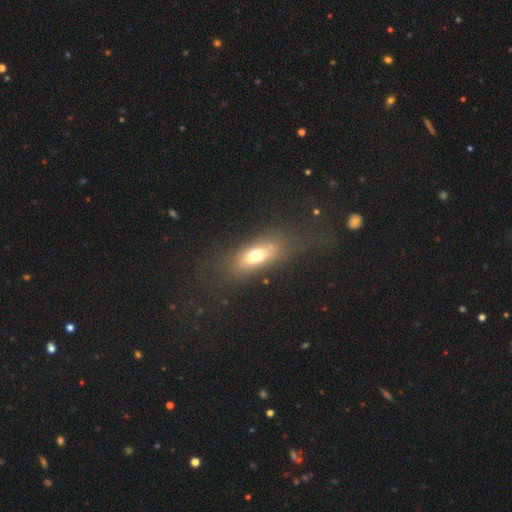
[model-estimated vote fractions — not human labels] Smooth or featured? smooth (66%)
How rounded? in between (75%)
Merging? none (68%)